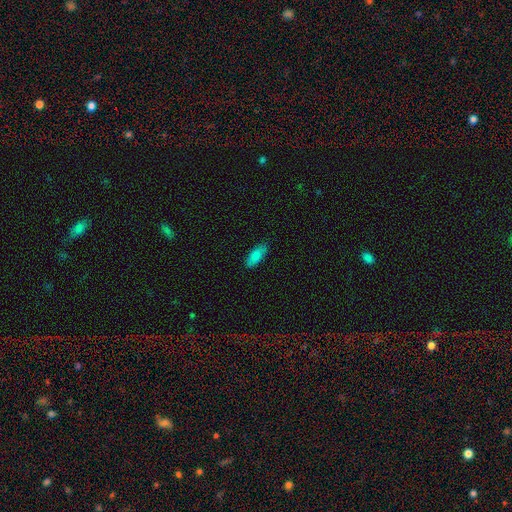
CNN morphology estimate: smooth_or_featured: smooth (p=0.79) [alt: featured or disk p=0.15]
how_rounded: in between (p=0.78) [alt: cigar-shaped p=0.19]
merging: none (p=0.84) [alt: minor disturbance p=0.13]